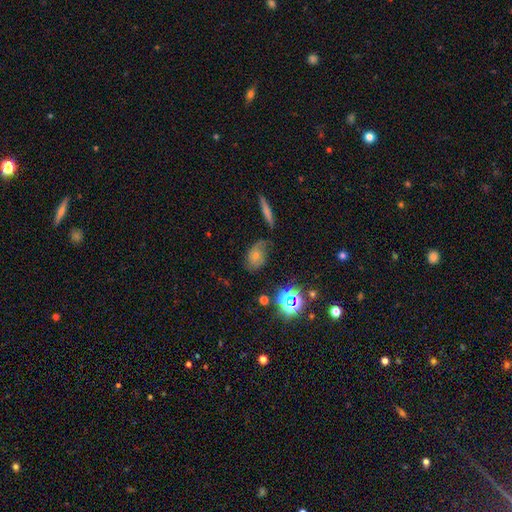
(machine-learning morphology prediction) Smooth or featured? smooth (44%)
Merging? none (53%)